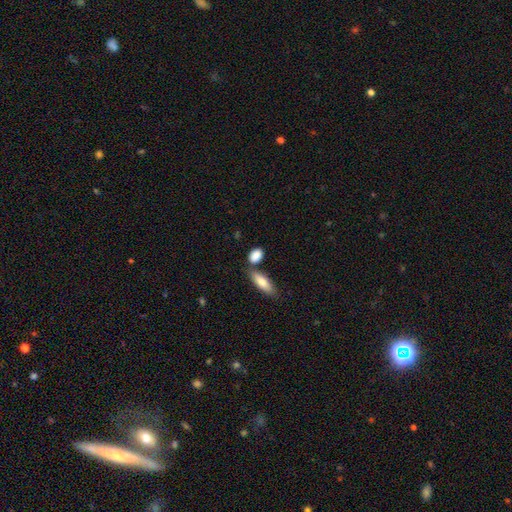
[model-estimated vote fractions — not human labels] Morphology: type=smooth (86%); roundness=in between (76%); merging=none (63%).